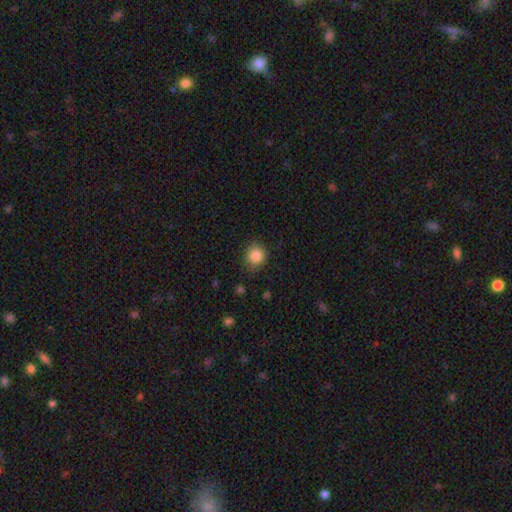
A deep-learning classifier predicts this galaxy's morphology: Overall: smooth (86%). How rounded: round (85%). Merging: none (84%).